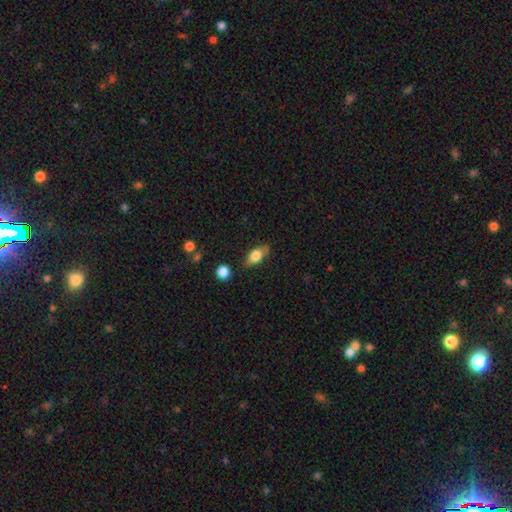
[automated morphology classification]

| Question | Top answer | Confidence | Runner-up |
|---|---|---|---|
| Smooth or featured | smooth | 61% | featured or disk (31%) |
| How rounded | in between | 76% | cigar-shaped (14%) |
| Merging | none | 78% | minor disturbance (15%) |